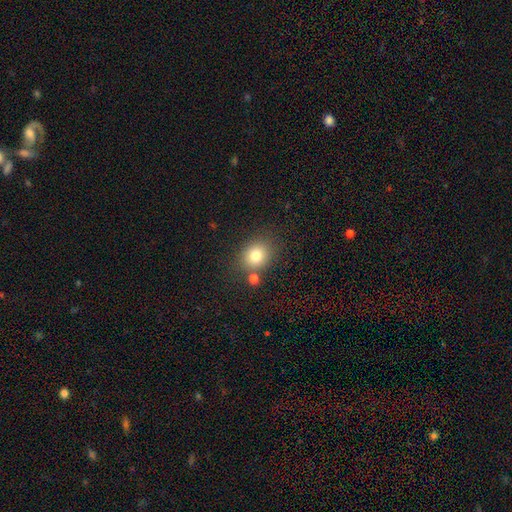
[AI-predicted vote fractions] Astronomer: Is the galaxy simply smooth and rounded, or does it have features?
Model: smooth — 80%.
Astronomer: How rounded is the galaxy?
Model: round — 64%.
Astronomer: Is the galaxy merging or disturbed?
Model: none — 73%.